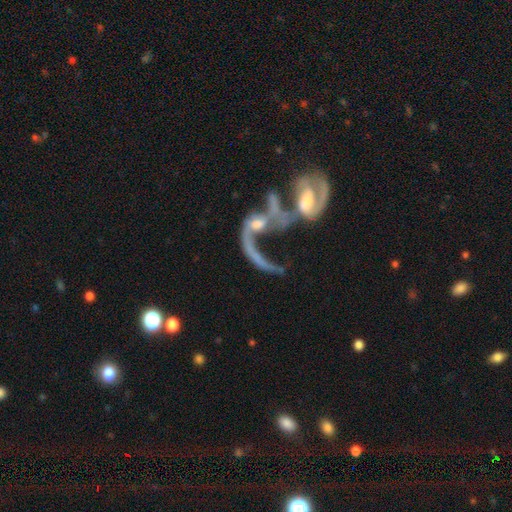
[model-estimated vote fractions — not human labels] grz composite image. It shows a featured or disk galaxy (73%) with no bar (59%), spiral arms (70%) and a moderate central bulge (40%). Merging: merger (63%).